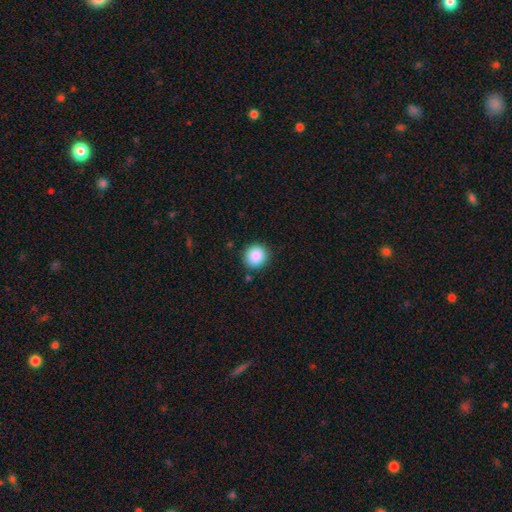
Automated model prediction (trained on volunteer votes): Smooth or featured? Predicted: smooth (p=0.88). How rounded? Predicted: round (p=0.89). Merging? Predicted: none (p=0.88).